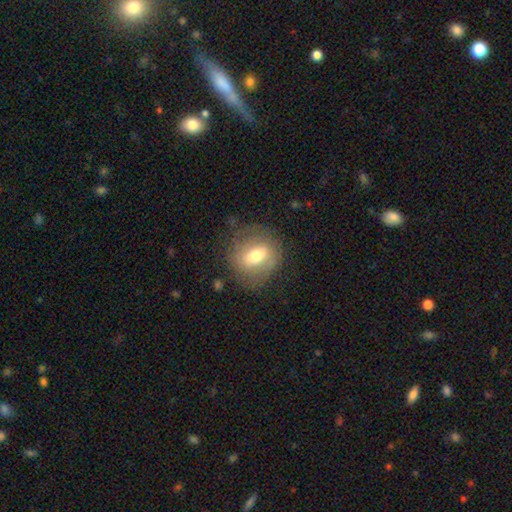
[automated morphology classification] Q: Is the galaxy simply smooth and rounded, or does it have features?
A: smooth — 56%.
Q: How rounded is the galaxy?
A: round — 56%.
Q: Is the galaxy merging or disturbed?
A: none — 75%.